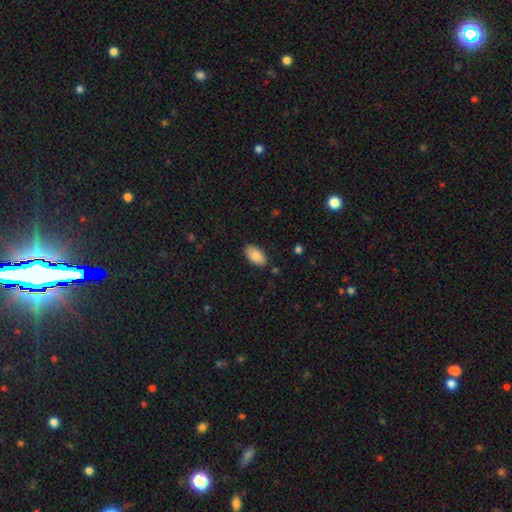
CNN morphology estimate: Smooth or featured?
  - smooth: 87% *
  - star or artifact: 7%
  - featured or disk: 7%
How rounded?
  - in between: 95% *
  - round: 3%
  - cigar-shaped: 2%
Merging?
  - none: 85% *
  - minor disturbance: 12%
  - major disturbance: 2%
  - merger: 1%